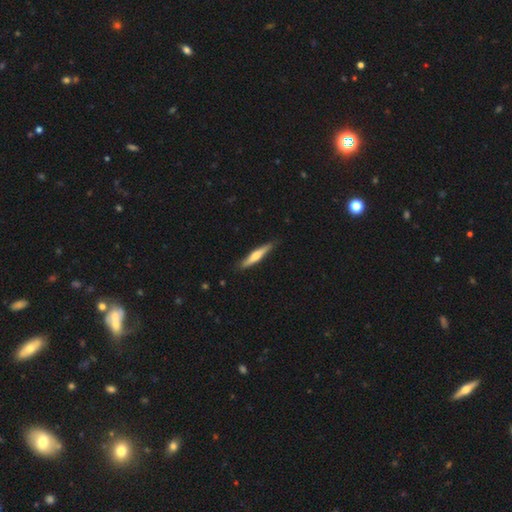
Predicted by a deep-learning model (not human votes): Q: Smooth or featured?
A: smooth (50%); runner-up: featured or disk (45%)
Q: Merging?
A: none (85%); runner-up: minor disturbance (12%)